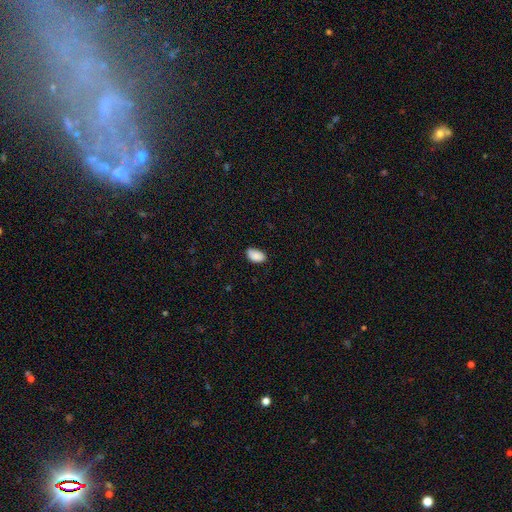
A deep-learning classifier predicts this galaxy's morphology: This appears to be a smooth galaxy with no disk features (90%) that is in between round and cigar-shaped (94%). Merging: none (83%).